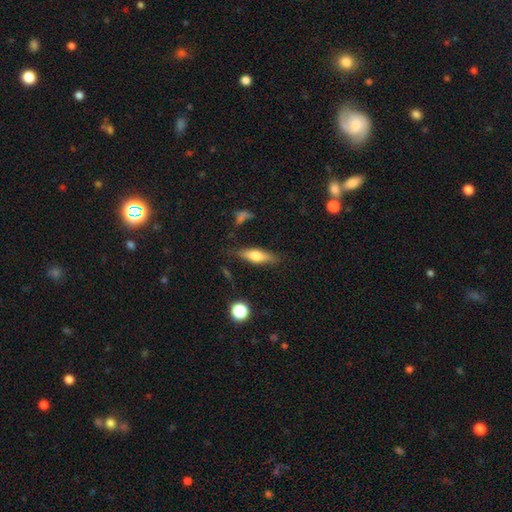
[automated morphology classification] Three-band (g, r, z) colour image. It shows a smooth galaxy with no disk features (56%) that is cigar-shaped (53%). Merging: none (79%).